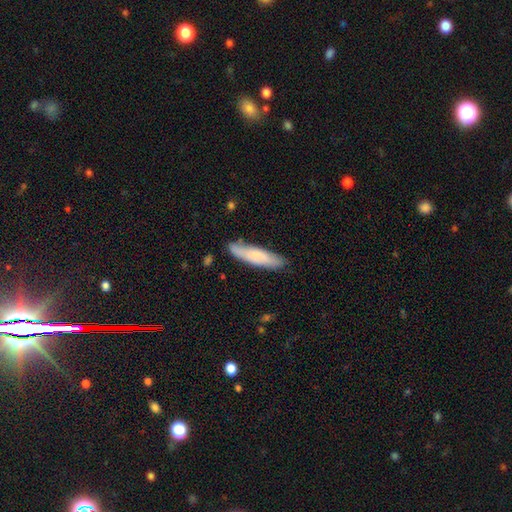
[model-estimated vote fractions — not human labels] smooth-or-featured: smooth: 69% | featured or disk: 25% | star or artifact: 6%
  how-rounded: cigar-shaped: 75% | in between: 24% | round: 1%
  merging: none: 80% | minor disturbance: 16% | major disturbance: 3% | merger: 2%